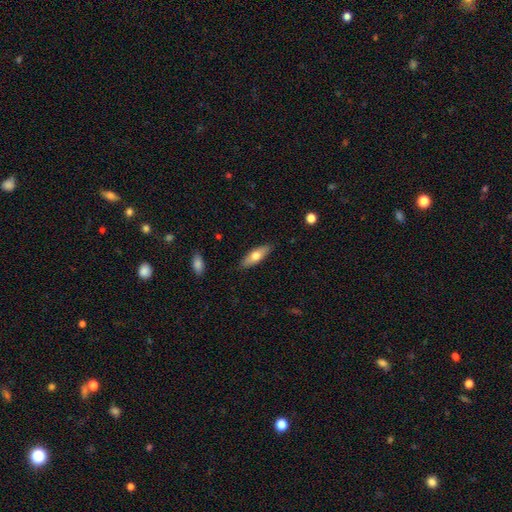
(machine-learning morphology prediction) The model was most divided on "how rounded": in between: 59%, cigar-shaped: 38%, round: 2%. More confident: merging — none (88%); smooth or featured — smooth (64%).